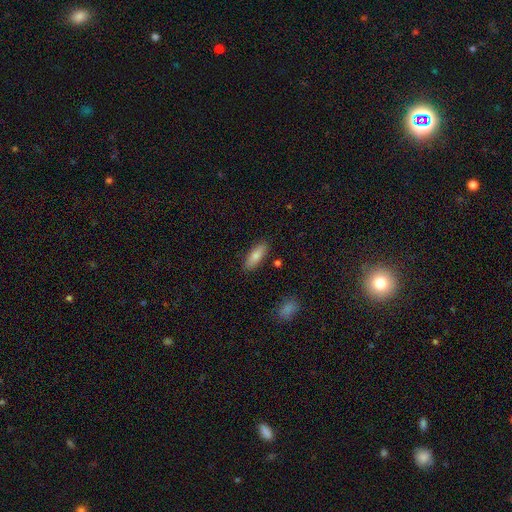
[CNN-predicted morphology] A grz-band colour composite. It shows a smooth galaxy with no disk features (81%) that is in between round and cigar-shaped (67%). Merging: none (85%).